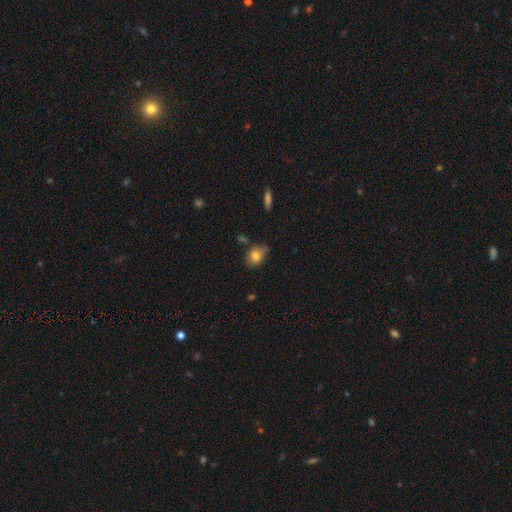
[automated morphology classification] smooth 77%, featured or disk 14%, star or artifact 9%. Down the decision tree: how rounded — in between (71%); merging — none (56%).